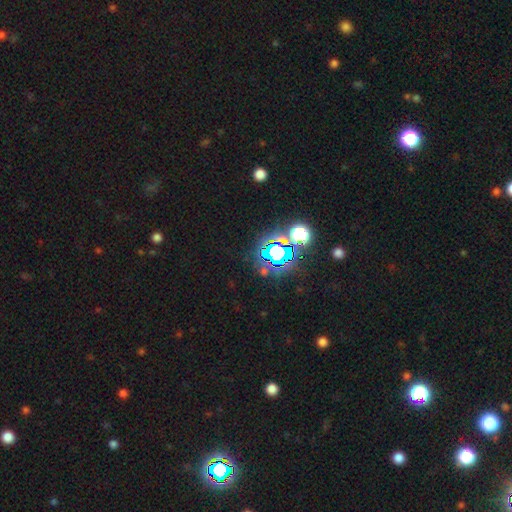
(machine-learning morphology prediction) smooth_or_featured: star or artifact (p=0.79) [alt: smooth p=0.13]